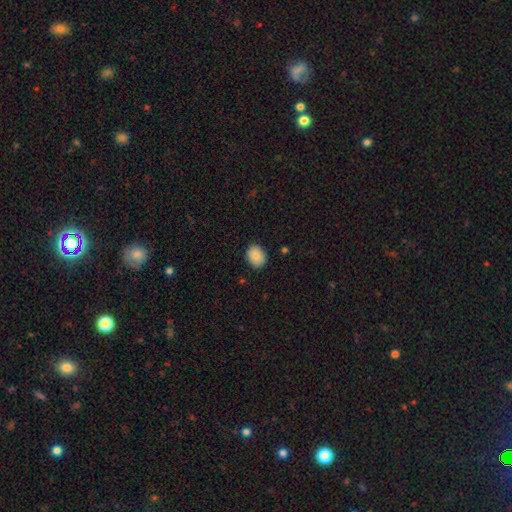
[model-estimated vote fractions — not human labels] Q: Smooth or featured?
A: smooth (88%); runner-up: star or artifact (8%)
Q: How rounded?
A: in between (58%); runner-up: round (41%)
Q: Merging?
A: none (87%); runner-up: minor disturbance (10%)